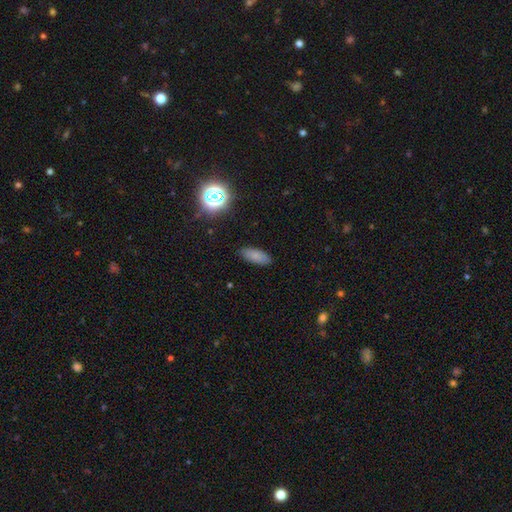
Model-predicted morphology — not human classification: Smooth or featured?
  - smooth: 79% *
  - star or artifact: 11%
  - featured or disk: 9%
How rounded?
  - in between: 81% *
  - cigar-shaped: 16%
  - round: 3%
Merging?
  - none: 87% *
  - minor disturbance: 10%
  - major disturbance: 2%
  - merger: 1%